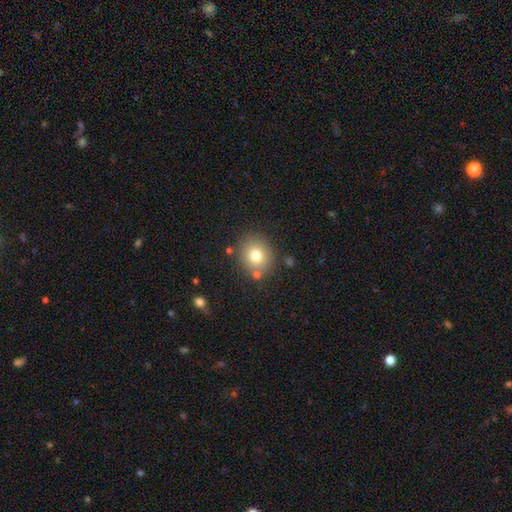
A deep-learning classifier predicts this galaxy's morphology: A smooth galaxy with no disk features (75%) that is round (79%). Merging: none (81%).